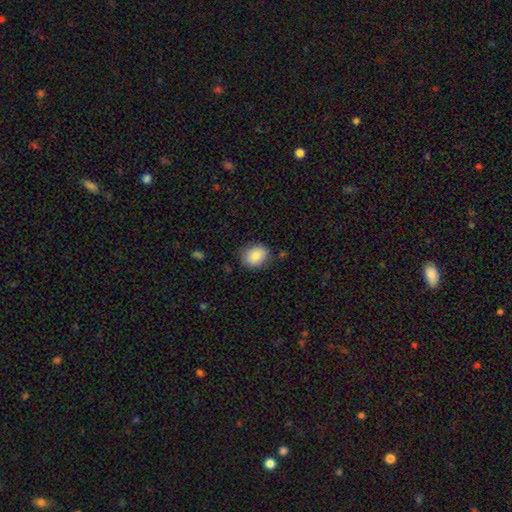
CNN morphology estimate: Smooth or featured?
  - smooth: 84% *
  - star or artifact: 8%
  - featured or disk: 8%
How rounded?
  - round: 51% *
  - in between: 49%
  - cigar-shaped: 1%
Merging?
  - none: 81% *
  - minor disturbance: 14%
  - major disturbance: 3%
  - merger: 2%